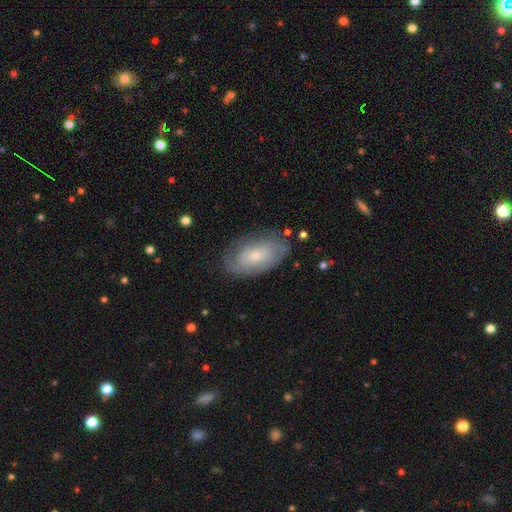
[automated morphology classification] A featured or disk galaxy (53%).

Vote fractions:
- Smooth or featured? featured or disk: 53% / smooth: 40% / star or artifact: 7%
- Edge-on disk? no: 92% / yes: 8%
- Merging? none: 71% / minor disturbance: 20% / major disturbance: 7% / merger: 2%